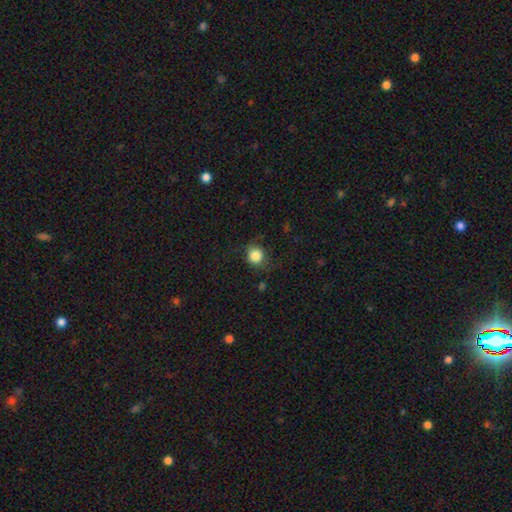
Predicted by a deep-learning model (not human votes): A smooth galaxy with no disk features (84%) that is round (86%).

Vote fractions:
- Smooth or featured? smooth: 84% / star or artifact: 10% / featured or disk: 6%
- How rounded? round: 86% / in between: 13% / cigar-shaped: 1%
- Merging? none: 71% / minor disturbance: 20% / major disturbance: 8% / merger: 1%